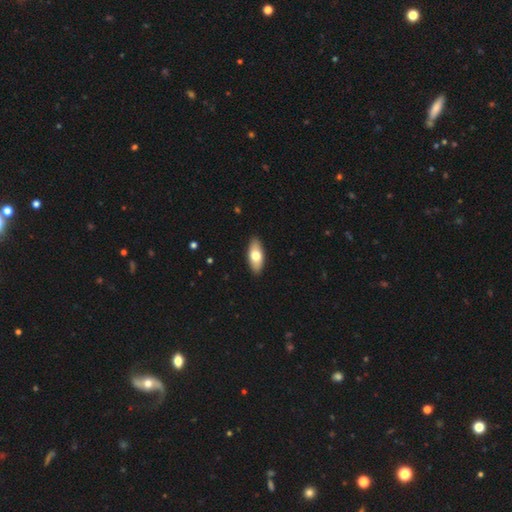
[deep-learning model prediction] Smooth or featured? smooth (70%)
How rounded? in between (83%)
Merging? none (90%)